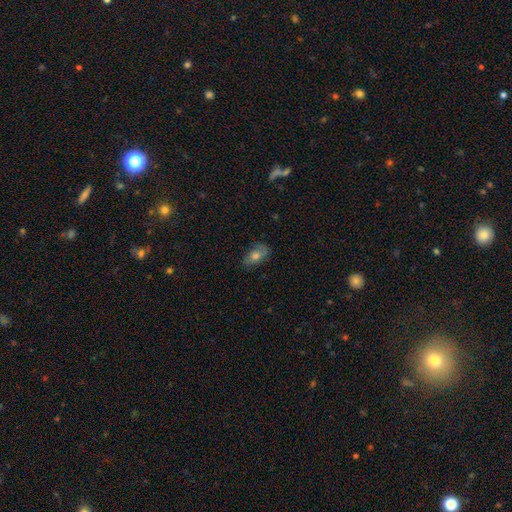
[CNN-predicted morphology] Overall: smooth (62%; featured or disk 25%). How rounded: in between (83%). Merging: none (76%).